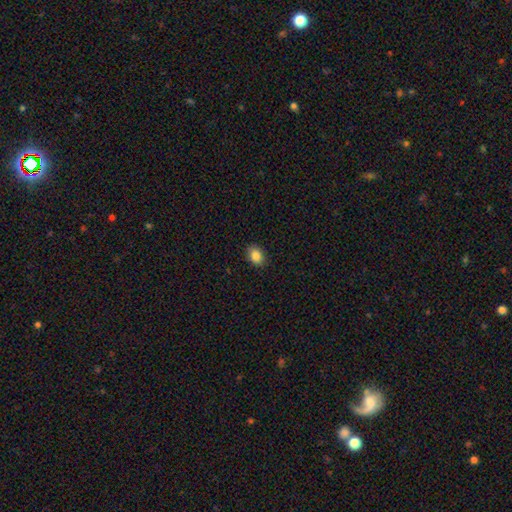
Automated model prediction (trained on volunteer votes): Morphology: type=smooth (86%); roundness=in between (75%); merging=none (89%).